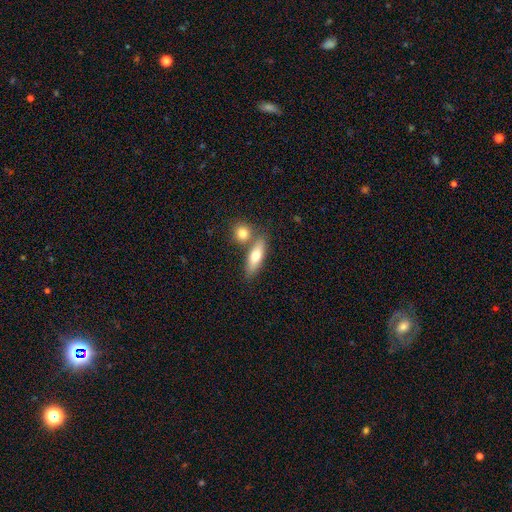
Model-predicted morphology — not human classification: A smooth galaxy with no disk features (69%) that is in between round and cigar-shaped (53%). Merging: none (58%).